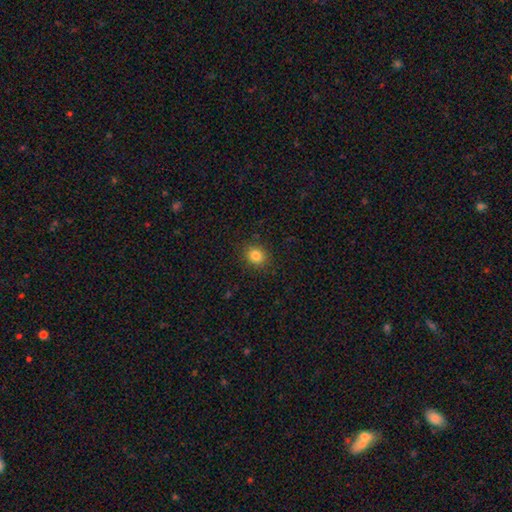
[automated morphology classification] A smooth galaxy with no disk features (83%) that is round (78%).

Vote fractions:
- Smooth or featured? smooth: 83% / star or artifact: 12% / featured or disk: 5%
- How rounded? round: 78% / in between: 21% / cigar-shaped: 1%
- Merging? none: 89% / minor disturbance: 8% / major disturbance: 2% / merger: 1%